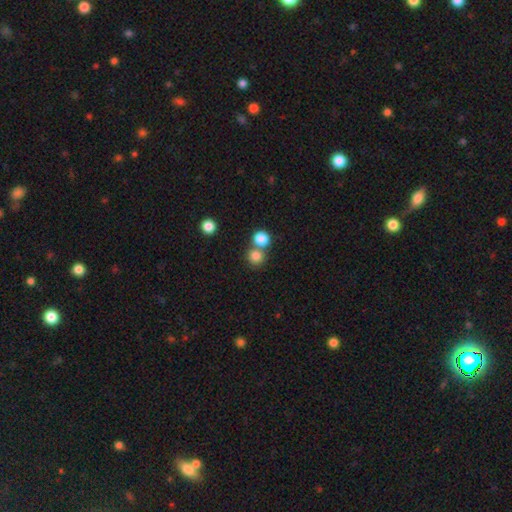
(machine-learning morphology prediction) This is clearly a smooth galaxy (81%). How rounded: clearly round (91%). Merging: possibly none (60%).